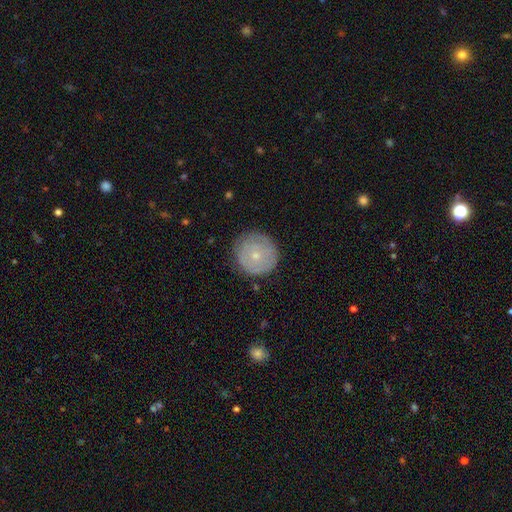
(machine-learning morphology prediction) Smooth or featured? Predicted: smooth (p=0.54). How rounded? Predicted: round (p=0.93). Merging? Predicted: none (p=0.83).